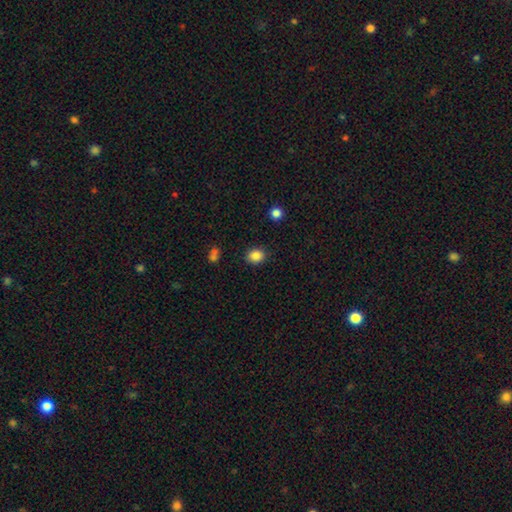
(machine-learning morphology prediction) smooth 86%, star or artifact 10%, featured or disk 4%. Down the decision tree: how rounded — round (61%); merging — none (86%).